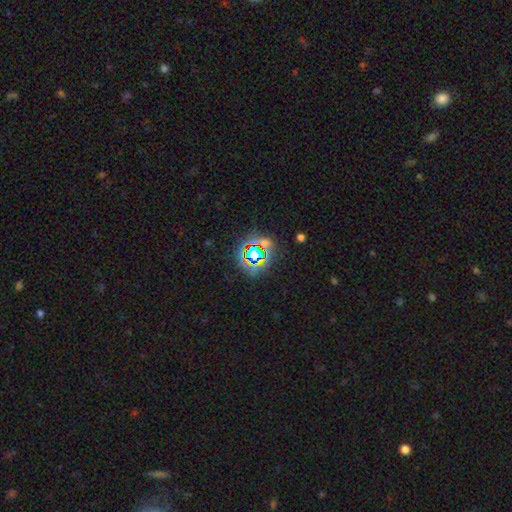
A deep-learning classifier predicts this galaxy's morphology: A star or artifact, not a galaxy (68%).